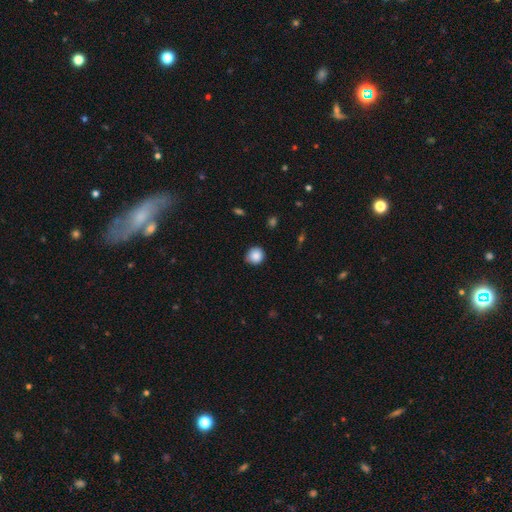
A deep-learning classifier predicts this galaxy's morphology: The model was most divided on "merging": none: 82%, minor disturbance: 15%, major disturbance: 2%, merger: 1%. More confident: how rounded — round (89%); smooth or featured — smooth (87%).